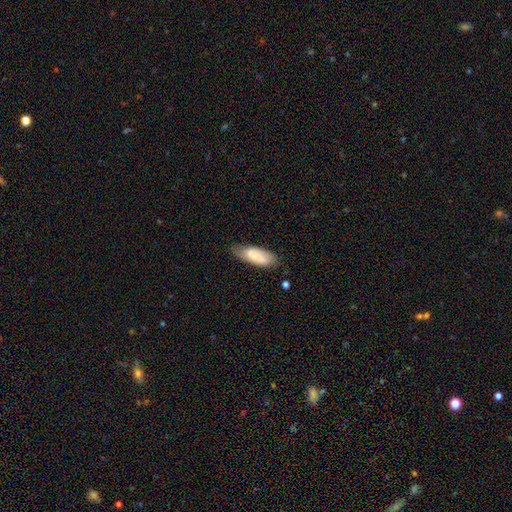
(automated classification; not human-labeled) This appears to be a smooth galaxy with no disk features (71%) that is in between round and cigar-shaped (75%). Merging: none (67%).